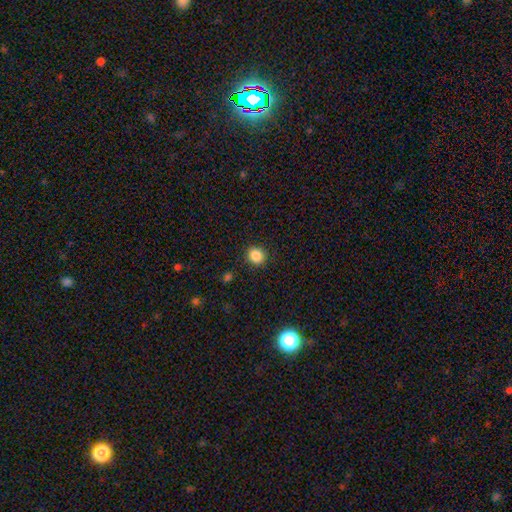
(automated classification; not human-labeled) The model was most divided on "how rounded": round: 79%, in between: 20%, cigar-shaped: 1%. More confident: merging — none (89%); smooth or featured — smooth (86%).